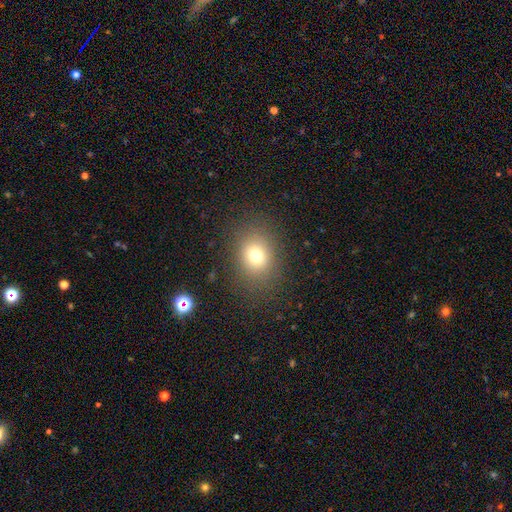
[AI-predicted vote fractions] This is likely a smooth galaxy (74%). How rounded: possibly round (54%). Merging: clearly none (85%).